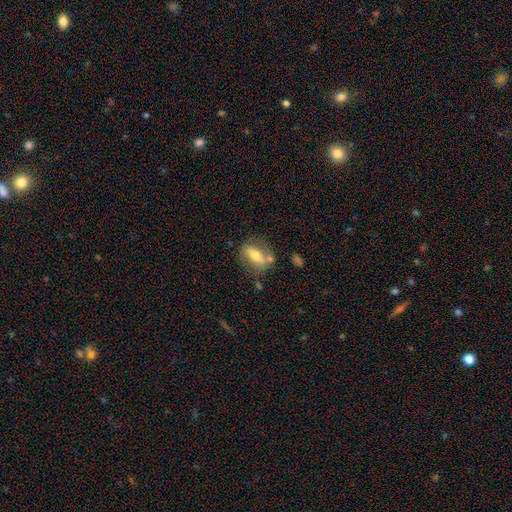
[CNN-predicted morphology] This is possibly a smooth galaxy (47%). Merging: likely none (66%).